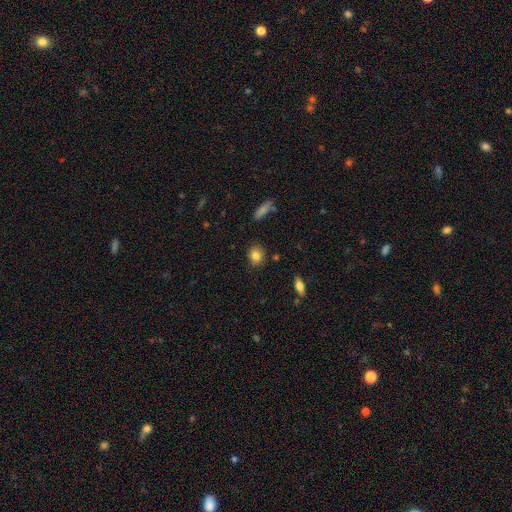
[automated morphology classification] smooth 83%, star or artifact 9%, featured or disk 8%. Down the decision tree: how rounded — round (64%); merging — none (86%).